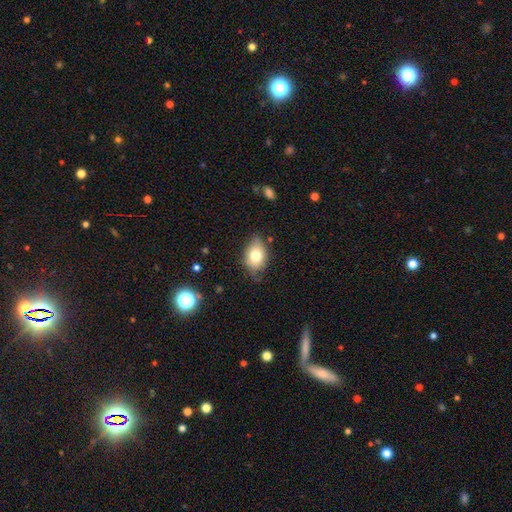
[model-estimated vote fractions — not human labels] This is likely a smooth galaxy (75%). How rounded: likely in between (78%). Merging: likely none (69%).